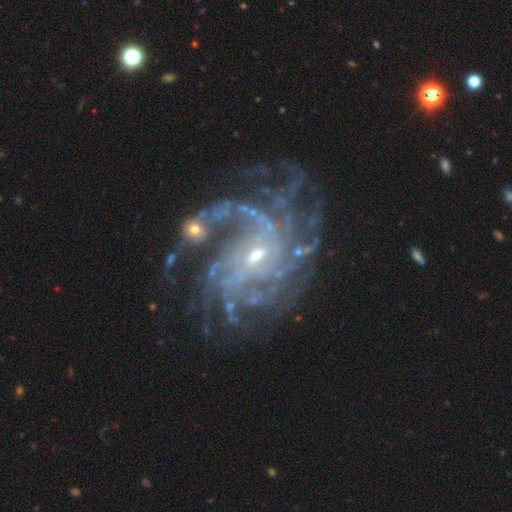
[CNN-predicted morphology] A featured or disk galaxy (90%) with no bar (48%), more than 4 (34%) tight (56%) spiral arms (97%) and a small central bulge (74%). Merging: none (65%).